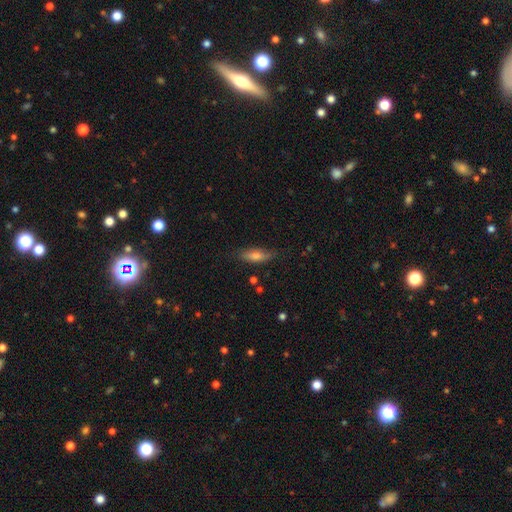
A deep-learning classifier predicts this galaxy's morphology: The model was most divided on "how rounded": in between: 56%, cigar-shaped: 41%, round: 3%. More confident: merging — none (78%); smooth or featured — smooth (64%).